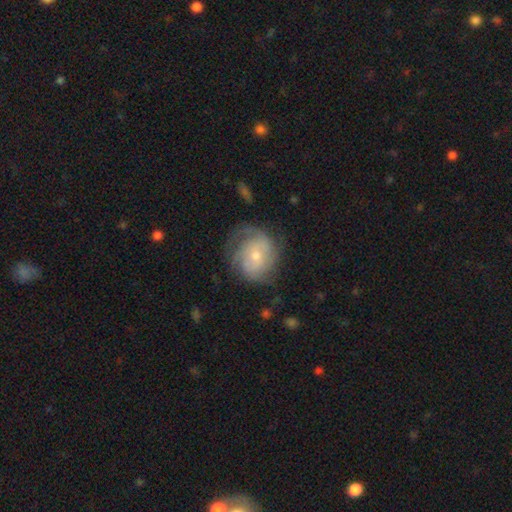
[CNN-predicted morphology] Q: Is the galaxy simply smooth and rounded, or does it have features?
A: featured or disk — 63%.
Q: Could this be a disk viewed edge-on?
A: no — 97%.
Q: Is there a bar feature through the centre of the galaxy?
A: no — 71%.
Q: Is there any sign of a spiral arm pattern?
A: yes — 83%.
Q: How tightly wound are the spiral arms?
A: tight — 52%.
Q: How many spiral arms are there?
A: can't tell — 40%.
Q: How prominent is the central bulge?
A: small — 55%.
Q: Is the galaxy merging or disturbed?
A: none — 58%.